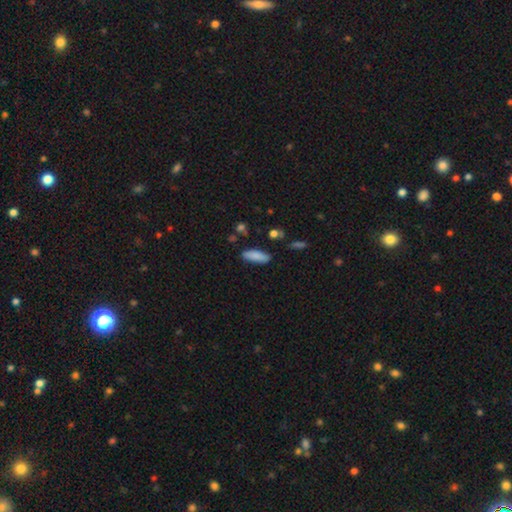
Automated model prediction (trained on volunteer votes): Smooth or featured?
  - smooth: 86% *
  - featured or disk: 8%
  - star or artifact: 7%
How rounded?
  - in between: 63% *
  - cigar-shaped: 36%
  - round: 2%
Merging?
  - none: 82% *
  - minor disturbance: 13%
  - merger: 3%
  - major disturbance: 3%